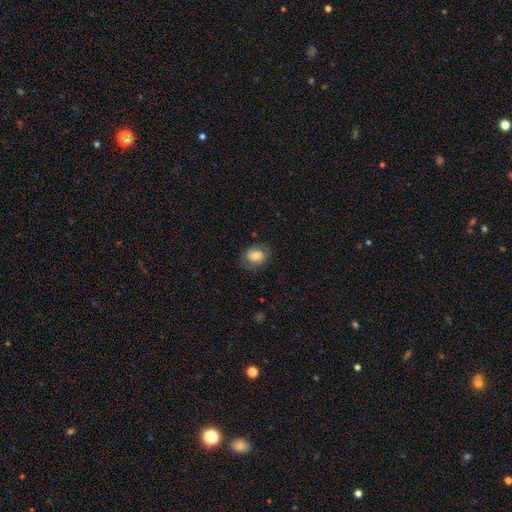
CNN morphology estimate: A smooth galaxy with no disk features (64%) that is round (52%). Merging: none (72%).